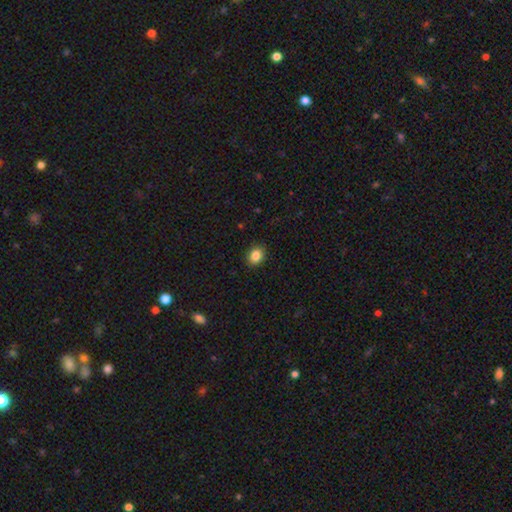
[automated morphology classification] This appears to be a smooth galaxy with no disk features (85%) that is round (55%). Merging: none (90%).